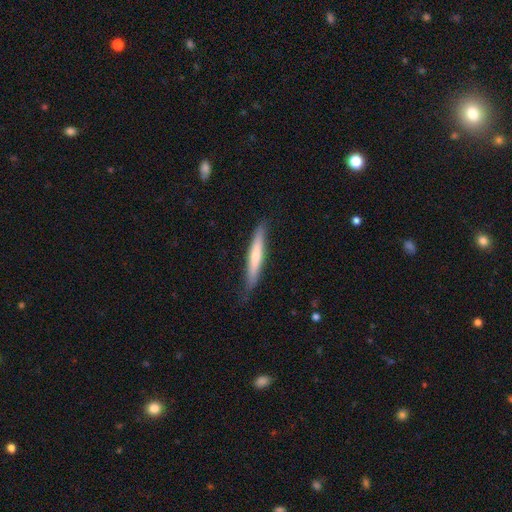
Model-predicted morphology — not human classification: Smooth or featured: smooth — 59% (featured or disk — 36%)
How rounded: cigar-shaped — 94% (in between — 5%)
Merging: none — 82% (minor disturbance — 15%)